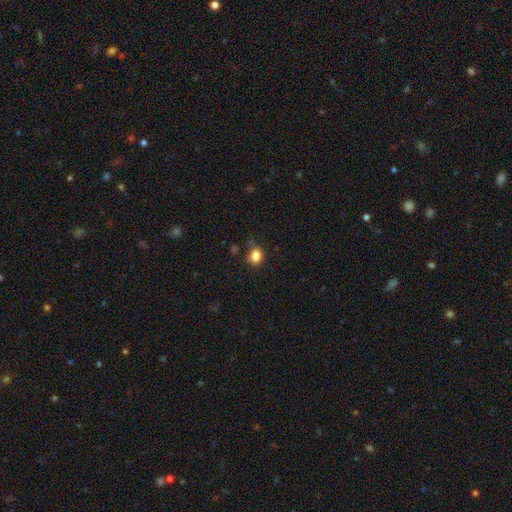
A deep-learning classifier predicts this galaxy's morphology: Smooth or featured: smooth — 84% (star or artifact — 11%)
How rounded: in between — 51% (round — 48%)
Merging: none — 68% (minor disturbance — 23%)